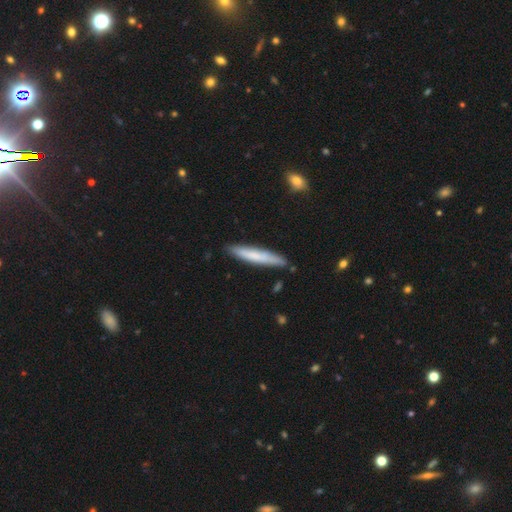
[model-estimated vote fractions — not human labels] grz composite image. It shows a smooth galaxy with no disk features (69%) that is cigar-shaped (94%). Merging: none (86%).